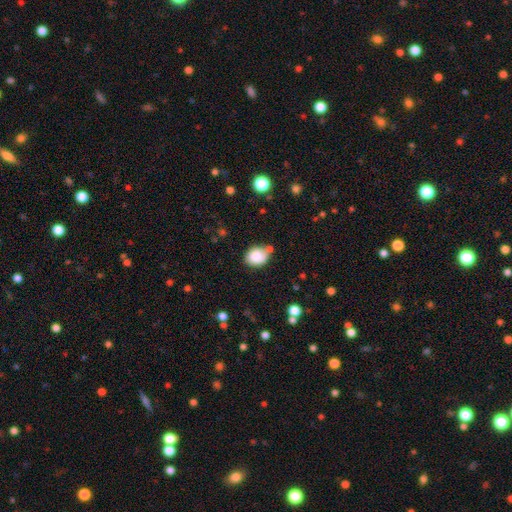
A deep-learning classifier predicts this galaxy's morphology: Smooth or featured? Predicted: smooth (p=0.84). How rounded? Predicted: in between (p=0.54). Merging? Predicted: none (p=0.63).